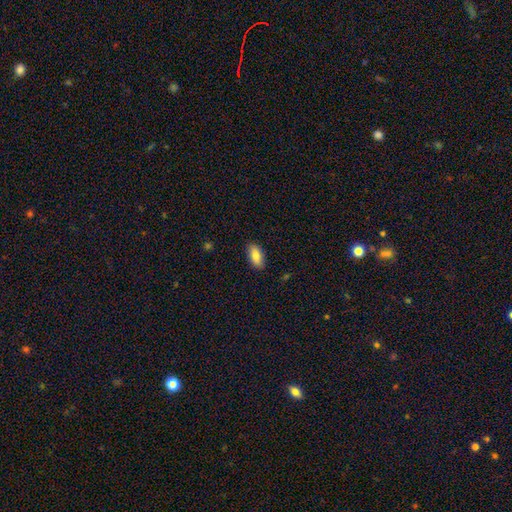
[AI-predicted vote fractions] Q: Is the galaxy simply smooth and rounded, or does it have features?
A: smooth — 82%.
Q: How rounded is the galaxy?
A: in between — 92%.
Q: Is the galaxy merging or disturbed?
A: none — 88%.